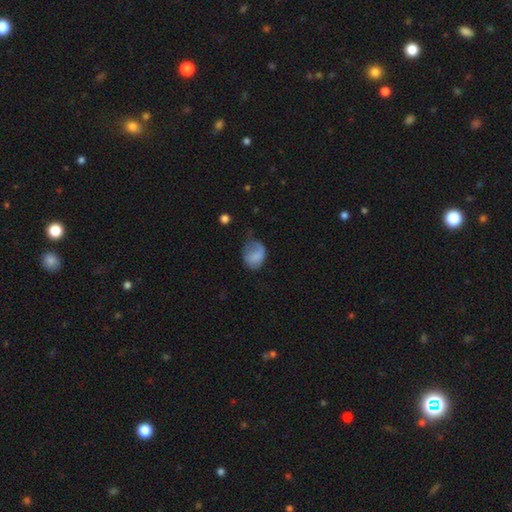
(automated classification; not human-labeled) A smooth galaxy with no disk features (71%) that is in between round and cigar-shaped (58%).

Vote fractions:
- Smooth or featured? smooth: 71% / featured or disk: 21% / star or artifact: 9%
- How rounded? in between: 58% / round: 41% / cigar-shaped: 1%
- Merging? minor disturbance: 35% / none: 33% / major disturbance: 30% / merger: 2%